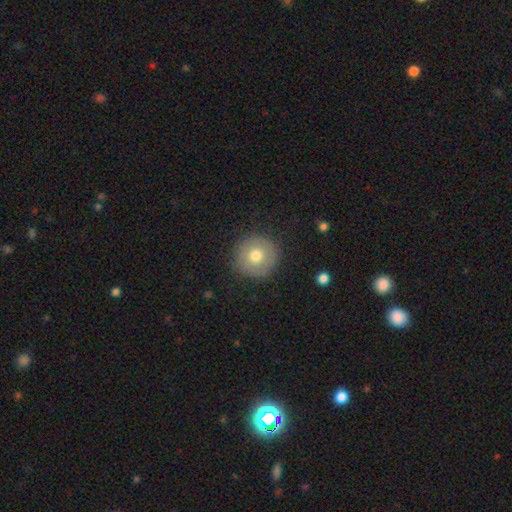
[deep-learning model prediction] smooth-or-featured: smooth: 72% | featured or disk: 19% | star or artifact: 9%
  how-rounded: round: 95% | in between: 4% | cigar-shaped: 1%
  merging: none: 88% | minor disturbance: 8% | major disturbance: 3% | merger: 1%